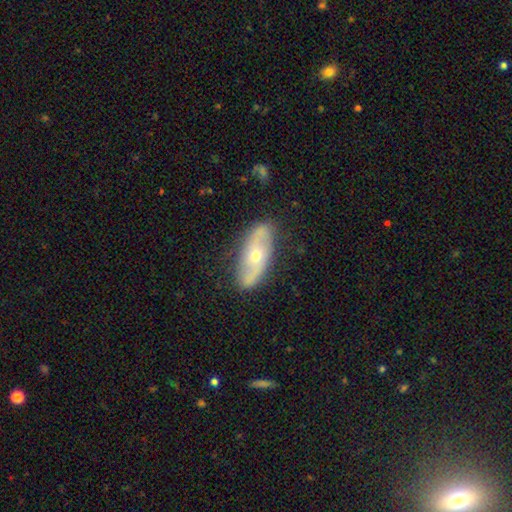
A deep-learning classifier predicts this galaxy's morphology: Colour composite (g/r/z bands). It shows a featured or disk galaxy (65%) with no bar (71%), spiral arms (70%) and a small central bulge (49%). Merging: none (80%).